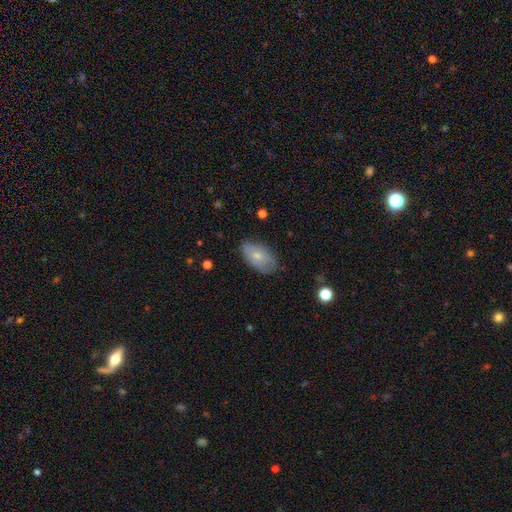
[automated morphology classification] Smooth or featured? Predicted: smooth (p=0.67). How rounded? Predicted: in between (p=0.93). Merging? Predicted: none (p=0.72).